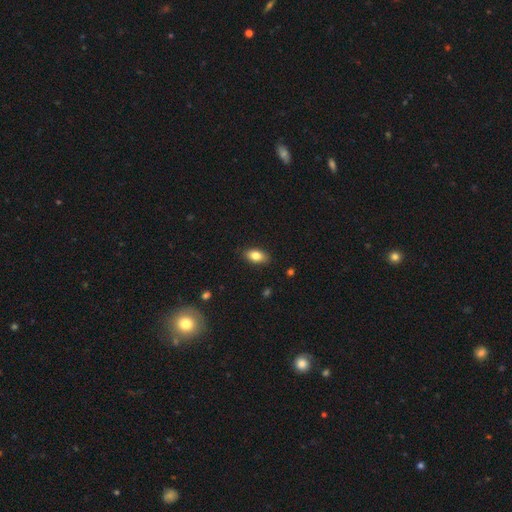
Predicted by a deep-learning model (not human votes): smooth_or_featured: smooth (p=0.82) [alt: featured or disk p=0.10]
how_rounded: in between (p=0.89) [alt: round p=0.07]
merging: none (p=0.87) [alt: minor disturbance p=0.10]